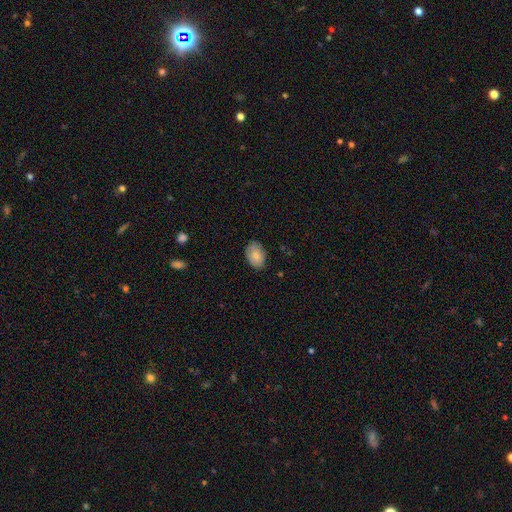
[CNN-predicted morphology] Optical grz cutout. It shows a smooth galaxy with no disk features (81%) that is in between round and cigar-shaped (84%). Merging: none (79%).